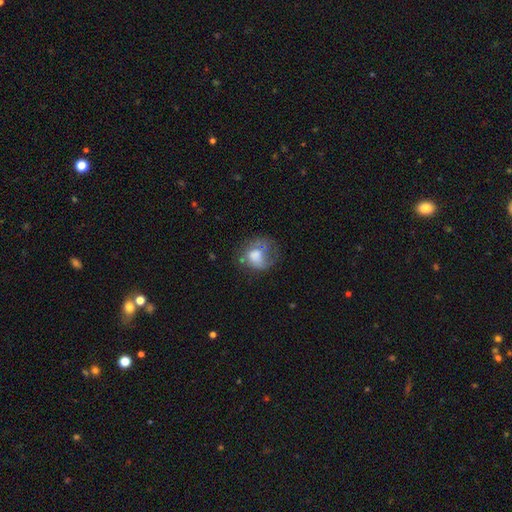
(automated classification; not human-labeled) Overall: smooth (58%; featured or disk 33%). How rounded: round (63%; in between 36%). Merging: major disturbance (38%; none 34%).